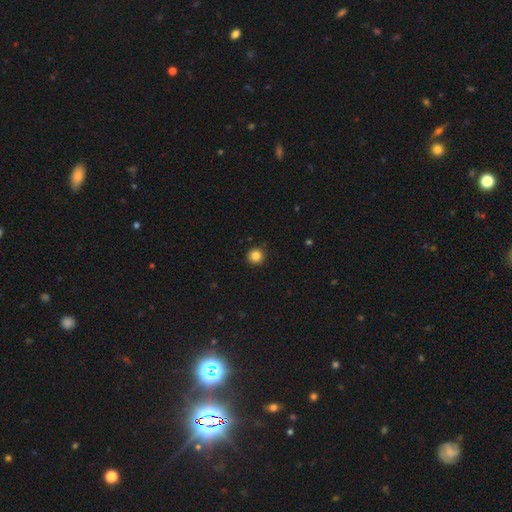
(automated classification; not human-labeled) smooth_or_featured: smooth (p=0.85) [alt: star or artifact p=0.11]
how_rounded: round (p=0.95) [alt: in between p=0.04]
merging: none (p=0.91) [alt: minor disturbance p=0.06]